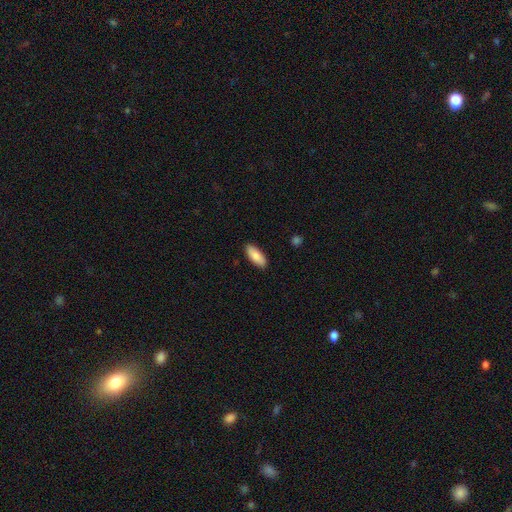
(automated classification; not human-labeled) Smooth or featured: smooth — 85% (featured or disk — 9%)
How rounded: in between — 79% (cigar-shaped — 19%)
Merging: none — 90% (minor disturbance — 8%)